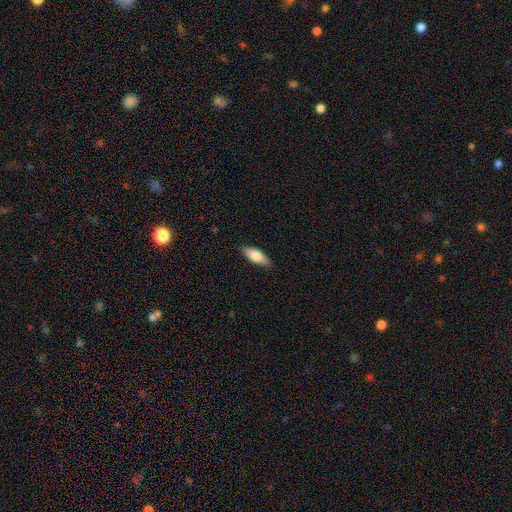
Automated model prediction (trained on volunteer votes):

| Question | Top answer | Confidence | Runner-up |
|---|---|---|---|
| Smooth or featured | smooth | 78% | featured or disk (16%) |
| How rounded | in between | 74% | cigar-shaped (24%) |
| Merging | none | 86% | minor disturbance (11%) |